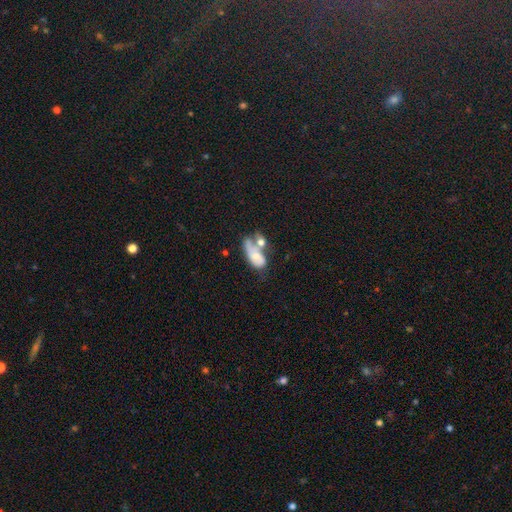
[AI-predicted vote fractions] Morphology: type=smooth (48%); merging=merger (52%).